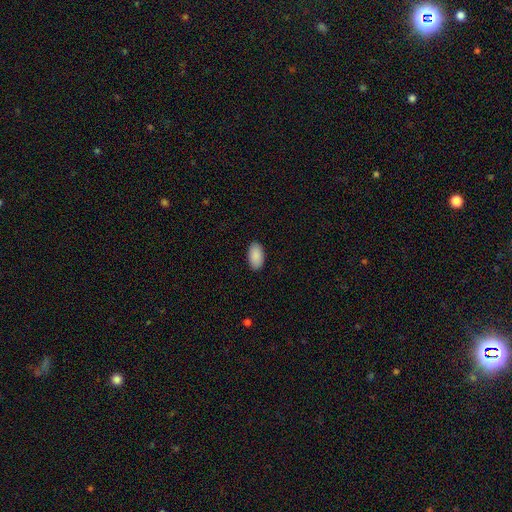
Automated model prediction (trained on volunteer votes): A smooth galaxy with no disk features (91%) that is in between round and cigar-shaped (96%).

Vote fractions:
- Smooth or featured? smooth: 91% / star or artifact: 6% / featured or disk: 3%
- How rounded? in between: 96% / round: 3% / cigar-shaped: 2%
- Merging? none: 90% / minor disturbance: 8% / major disturbance: 2% / merger: 1%